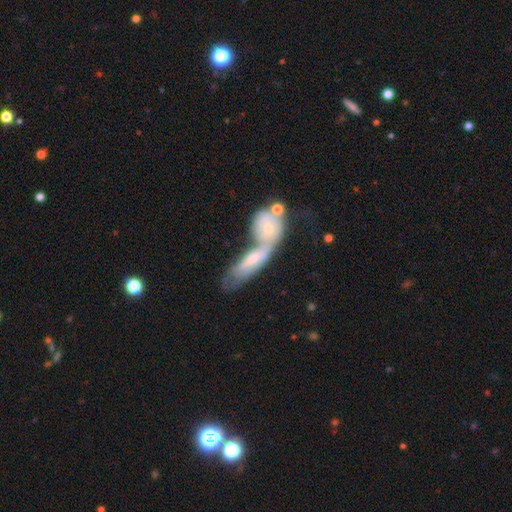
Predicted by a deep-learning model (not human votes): Smooth or featured? featured or disk (51%)
Edge-on disk? no (76%)
Merging? merger (72%)